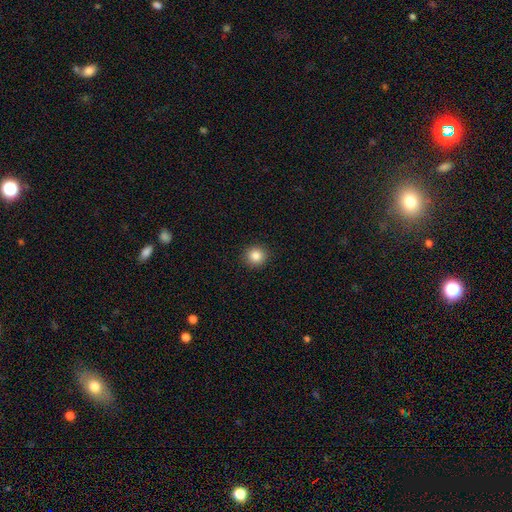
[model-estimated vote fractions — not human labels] This appears to be a smooth galaxy with no disk features (85%) that is round (93%). Merging: none (92%).